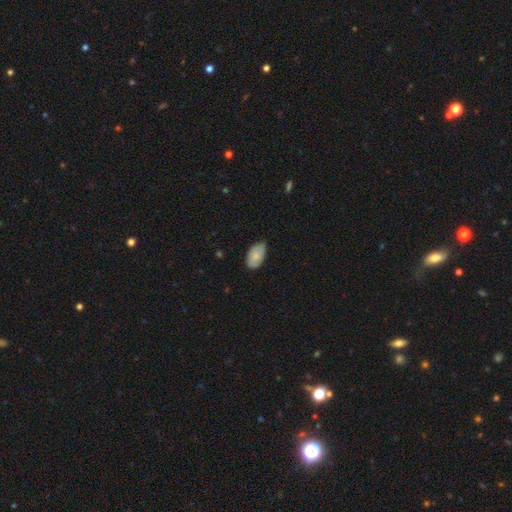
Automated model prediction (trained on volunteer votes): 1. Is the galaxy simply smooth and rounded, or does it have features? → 77% smooth, 17% featured or disk, 7% star or artifact.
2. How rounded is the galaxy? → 94% in between, 5% round, 2% cigar-shaped.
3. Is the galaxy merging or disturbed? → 67% none, 28% minor disturbance, 3% major disturbance, 1% merger.